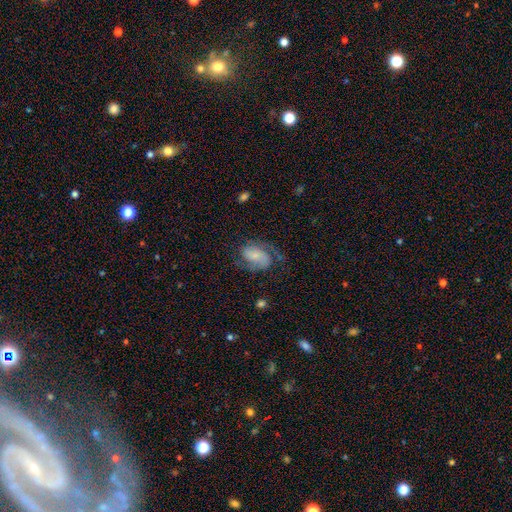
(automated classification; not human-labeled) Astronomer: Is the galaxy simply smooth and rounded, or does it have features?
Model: featured or disk — 66%.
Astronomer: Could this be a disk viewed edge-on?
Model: no — 97%.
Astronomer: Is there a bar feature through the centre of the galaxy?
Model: no — 54% (runner-up: weak, 35%).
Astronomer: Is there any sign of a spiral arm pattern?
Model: yes — 91%.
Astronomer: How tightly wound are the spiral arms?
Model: medium — 46% (runner-up: loose, 30%).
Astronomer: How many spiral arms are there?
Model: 2 — 77%.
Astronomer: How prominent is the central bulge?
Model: small — 49%.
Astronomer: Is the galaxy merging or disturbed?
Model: none — 53%.